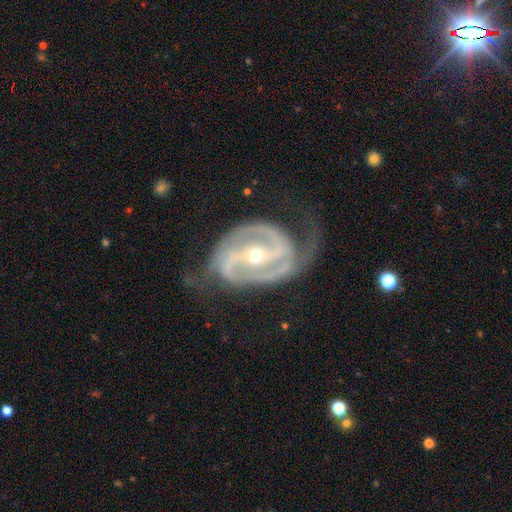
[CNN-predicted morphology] Smooth or featured?
  - featured or disk: 92% *
  - star or artifact: 5%
  - smooth: 3%
Edge-on disk?
  - no: 97% *
  - yes: 3%
Bar?
  - strong: 59% *
  - weak: 27%
  - no: 14%
Spiral arms?
  - yes: 98% *
  - no: 2%
Spiral winding?
  - medium: 47% *
  - tight: 42%
  - loose: 11%
Spiral arm count?
  - 2: 83% *
  - 3: 7%
  - can't tell: 4%
  - 1: 2%
  - 4: 2%
  - more than 4: 2%
Bulge size?
  - small: 55% *
  - moderate: 42%
  - large: 1%
  - none: 1%
  - dominant: 1%
Merging?
  - none: 59% *
  - minor disturbance: 23%
  - major disturbance: 17%
  - merger: 2%